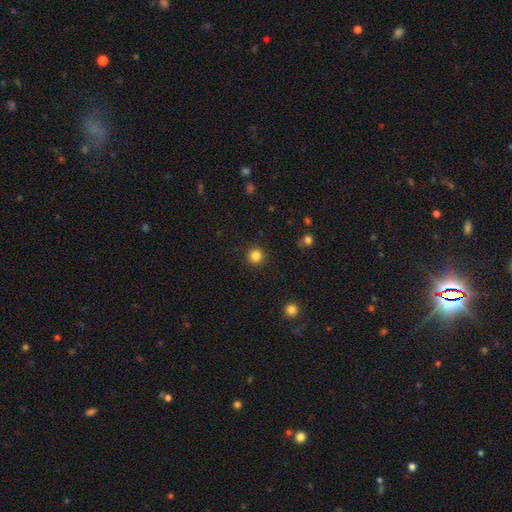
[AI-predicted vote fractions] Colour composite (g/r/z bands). It shows a smooth galaxy with no disk features (84%) that is round (95%). Merging: none (92%).